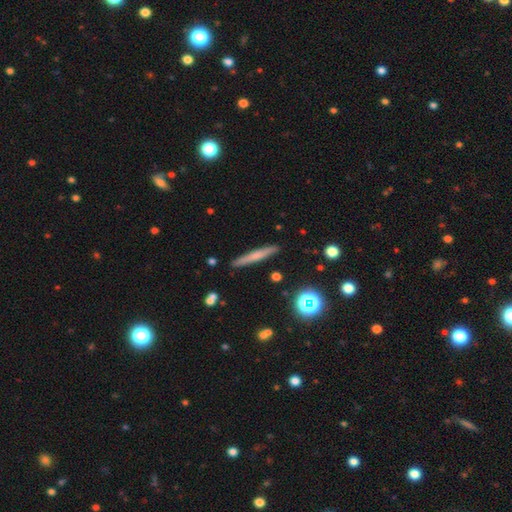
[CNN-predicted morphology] smooth_or_featured: smooth (p=0.53) [alt: featured or disk p=0.37]
how_rounded: cigar-shaped (p=0.94) [alt: in between p=0.04]
merging: none (p=0.90) [alt: minor disturbance p=0.07]